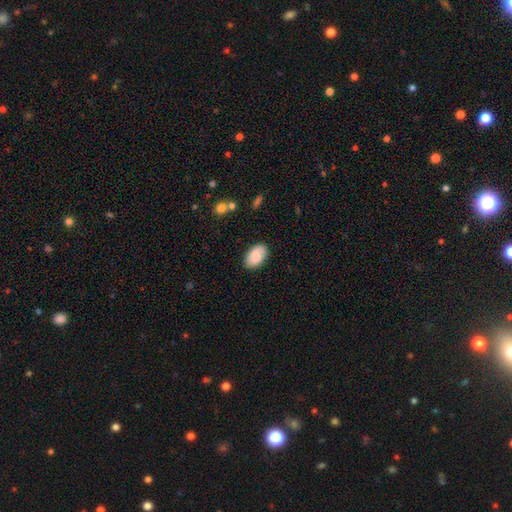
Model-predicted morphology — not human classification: type=smooth (81%); roundness=in between (93%); merging=none (84%).